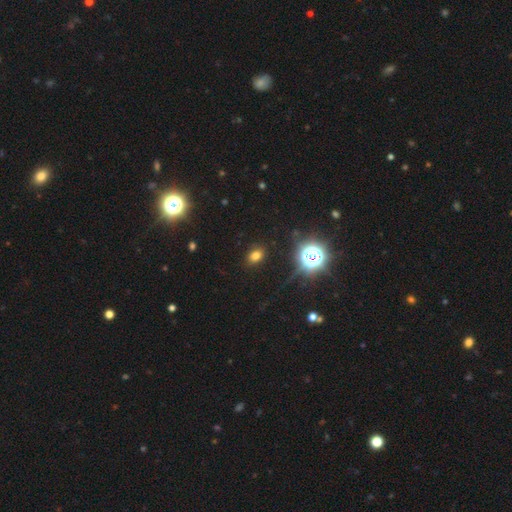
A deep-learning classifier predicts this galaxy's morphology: A smooth galaxy with no disk features (70%) that is in between round and cigar-shaped (66%).

Vote fractions:
- Smooth or featured? smooth: 70% / star or artifact: 23% / featured or disk: 7%
- How rounded? in between: 66% / round: 33% / cigar-shaped: 1%
- Merging? none: 86% / minor disturbance: 9% / major disturbance: 3% / merger: 2%